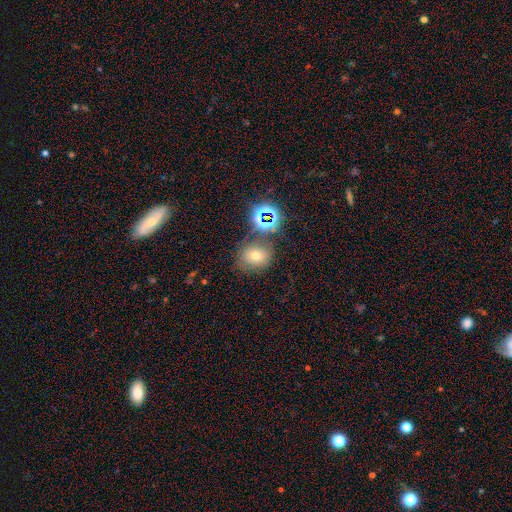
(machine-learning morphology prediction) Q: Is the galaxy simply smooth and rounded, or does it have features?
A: smooth — 56%.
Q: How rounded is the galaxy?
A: round — 67%.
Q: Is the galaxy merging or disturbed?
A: none — 69%.